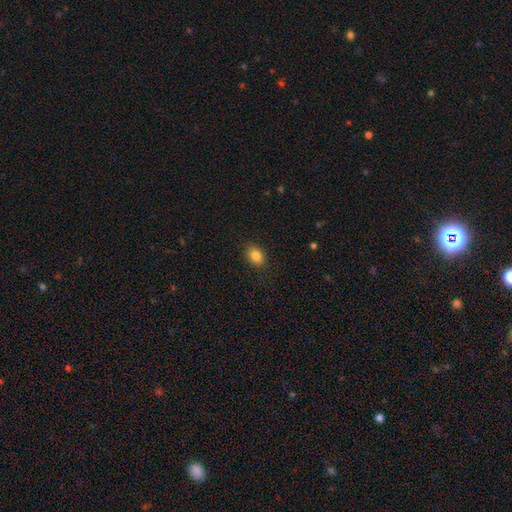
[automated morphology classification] type=smooth (85%); roundness=in between (75%); merging=none (86%).